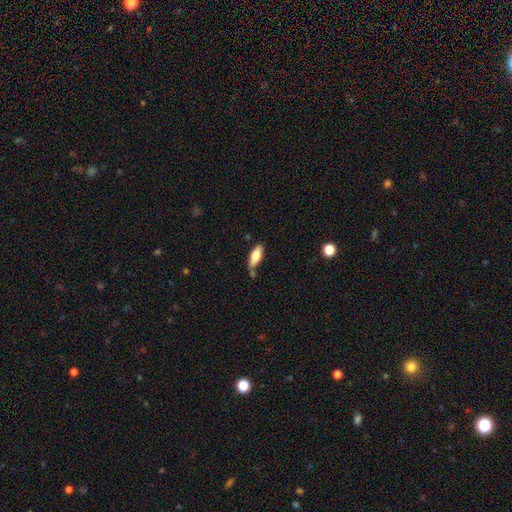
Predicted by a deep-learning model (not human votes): smooth 67%, featured or disk 27%, star or artifact 6%. Down the decision tree: how rounded — in between (67%); merging — none (67%).